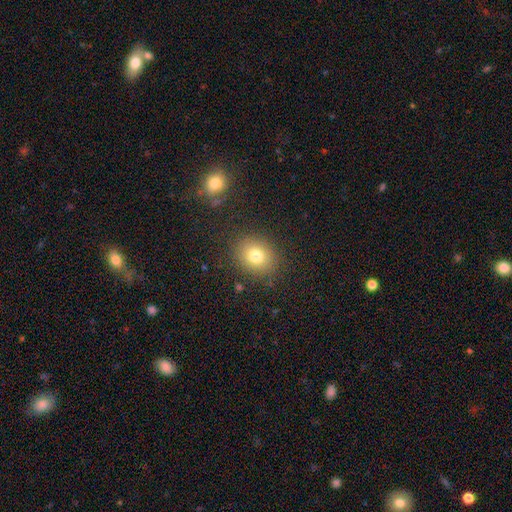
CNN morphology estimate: This is likely a smooth galaxy (77%). How rounded: likely round (63%). Merging: clearly none (86%).